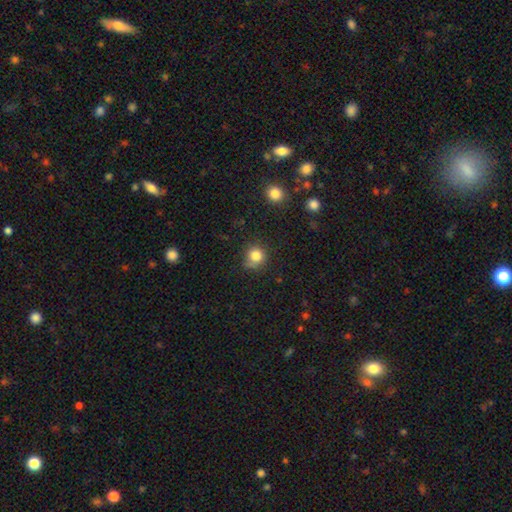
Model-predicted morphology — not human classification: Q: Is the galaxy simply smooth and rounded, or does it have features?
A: smooth — 82%.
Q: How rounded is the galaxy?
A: round — 86%.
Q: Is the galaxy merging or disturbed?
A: none — 67%.